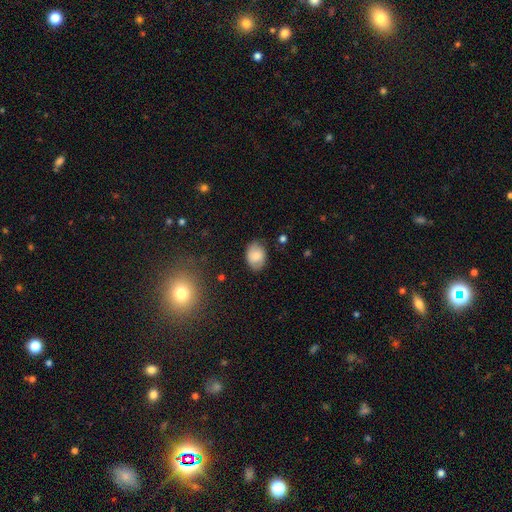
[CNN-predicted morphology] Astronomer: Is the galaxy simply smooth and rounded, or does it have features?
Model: smooth — 78%.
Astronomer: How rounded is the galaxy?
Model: in between — 72%.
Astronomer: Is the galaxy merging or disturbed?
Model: none — 78%.